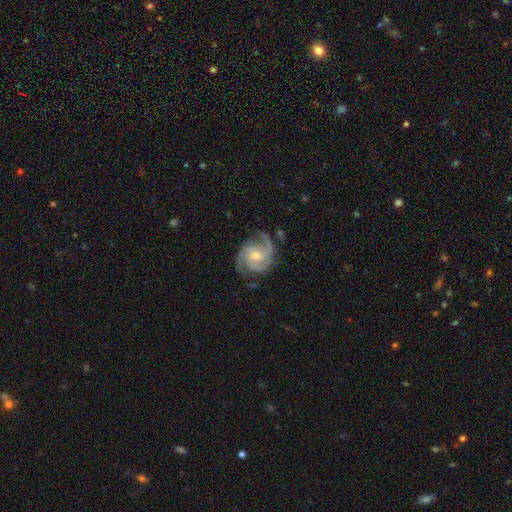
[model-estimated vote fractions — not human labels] Overall: featured or disk (90%). Edge-on disk: no (98%). Bar: no (53%; weak 37%). Spiral arms: yes (98%). Spiral arm count: 3 (57%; 2 19%). Spiral winding: medium (47%; tight 42%). Bulge size: moderate (49%; small 47%). Merging: none (74%).